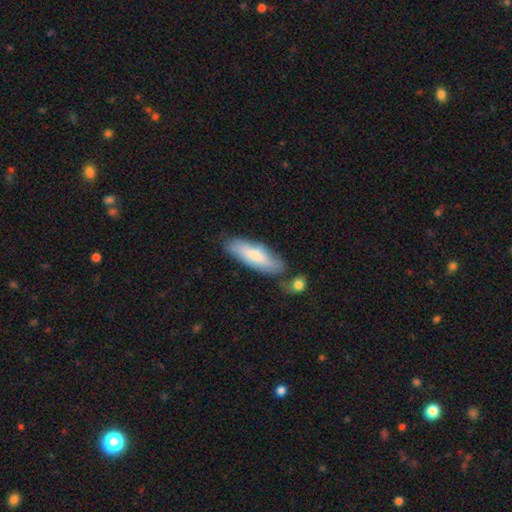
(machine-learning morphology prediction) A smooth galaxy with no disk features (74%) that is in between round and cigar-shaped (55%).

Vote fractions:
- Smooth or featured? smooth: 74% / featured or disk: 21% / star or artifact: 5%
- How rounded? in between: 55% / cigar-shaped: 43% / round: 2%
- Merging? none: 64% / minor disturbance: 20% / merger: 10% / major disturbance: 6%